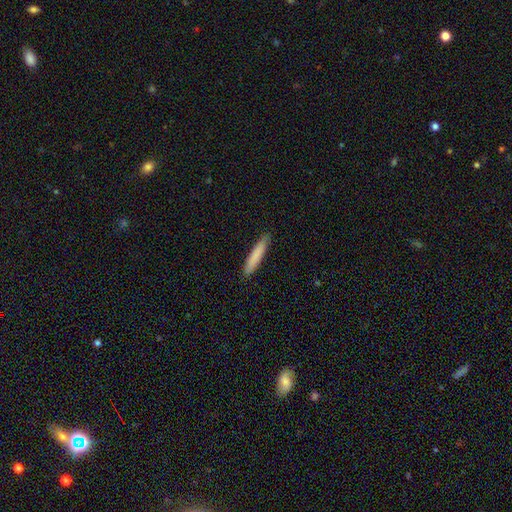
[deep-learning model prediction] smooth-or-featured: smooth: 83% | featured or disk: 12% | star or artifact: 5%
  how-rounded: cigar-shaped: 92% | in between: 6% | round: 1%
  merging: none: 90% | minor disturbance: 8% | major disturbance: 1% | merger: 1%